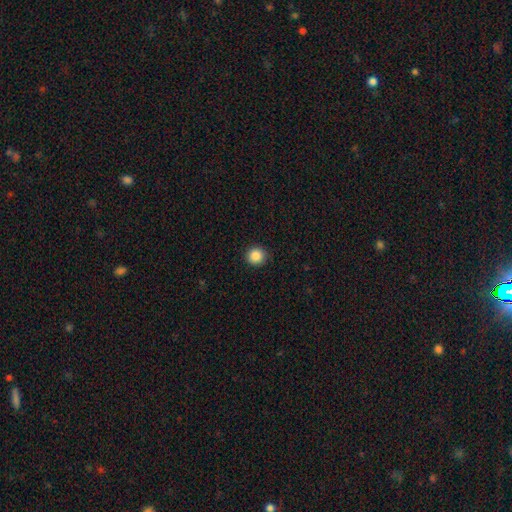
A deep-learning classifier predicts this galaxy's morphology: Smooth or featured: smooth — 87% (star or artifact — 10%)
How rounded: round — 92% (in between — 7%)
Merging: none — 92% (minor disturbance — 5%)